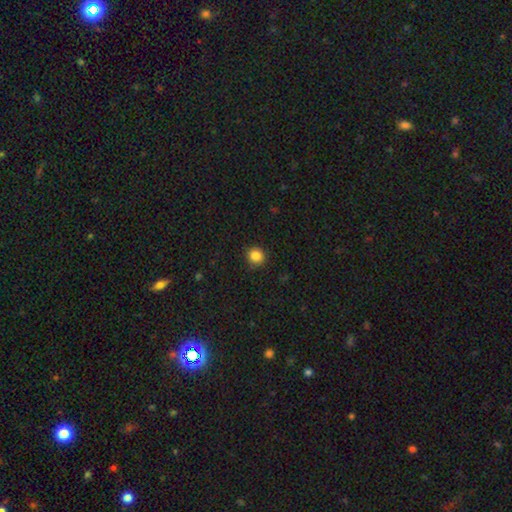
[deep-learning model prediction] Smooth or featured: smooth — 85% (star or artifact — 11%)
How rounded: round — 91% (in between — 8%)
Merging: none — 89% (minor disturbance — 8%)